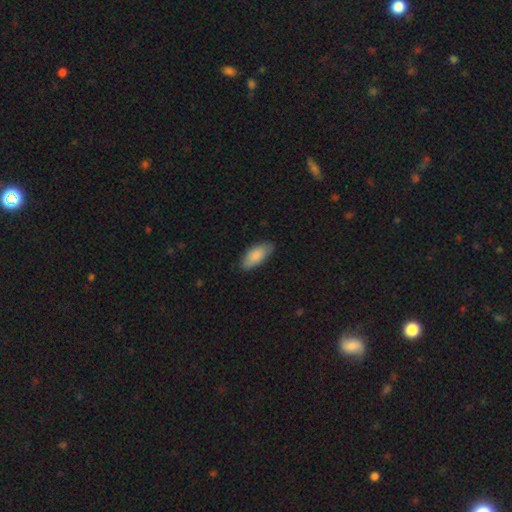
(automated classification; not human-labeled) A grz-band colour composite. It shows a smooth galaxy with no disk features (83%) that is in between round and cigar-shaped (87%). Merging: none (82%).